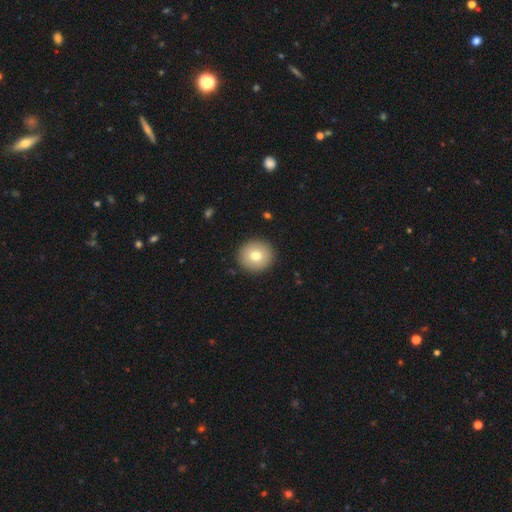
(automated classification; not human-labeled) smooth 77%, featured or disk 15%, star or artifact 9%. Down the decision tree: how rounded — round (92%); merging — none (91%).